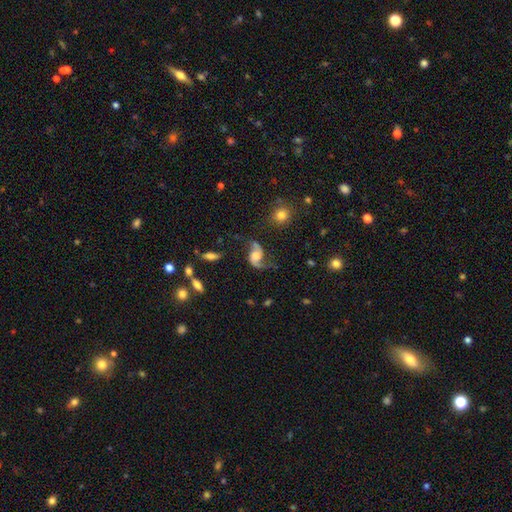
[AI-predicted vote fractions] This appears to be a featured or disk galaxy (87%) with no bar (62%), 2 (92%) loose (75%) spiral arms (97%) and a moderate central bulge (40%). Merging: none (69%).